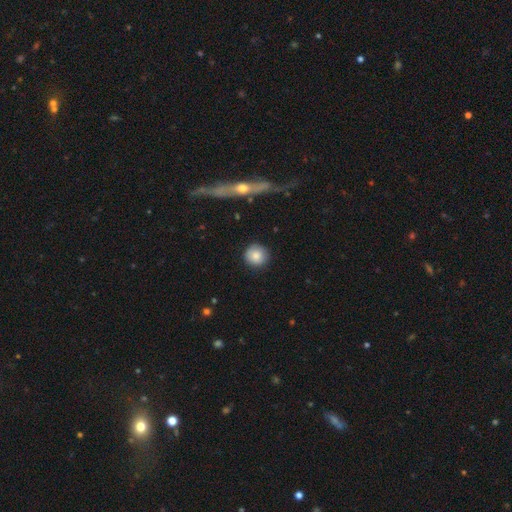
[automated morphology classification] smooth_or_featured: smooth (p=0.82) [alt: featured or disk p=0.10]
how_rounded: round (p=0.92) [alt: in between p=0.06]
merging: none (p=0.86) [alt: minor disturbance p=0.10]